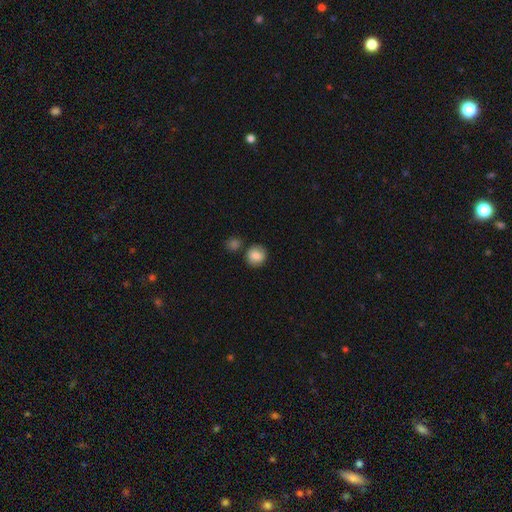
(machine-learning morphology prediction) Q: Smooth or featured?
A: smooth (84%); runner-up: featured or disk (8%)
Q: How rounded?
A: round (85%); runner-up: in between (14%)
Q: Merging?
A: none (78%); runner-up: minor disturbance (10%)